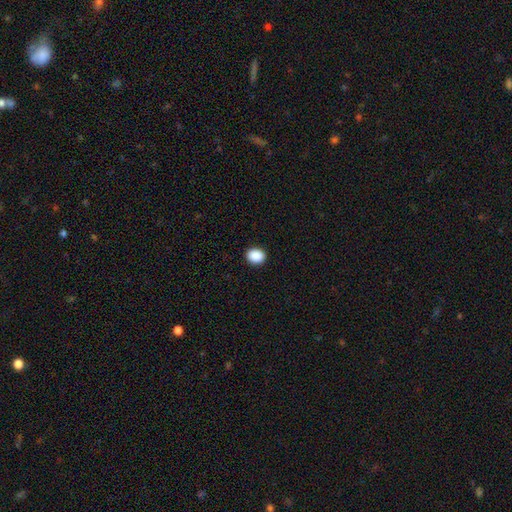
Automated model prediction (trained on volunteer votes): Morphology: type=smooth (90%); roundness=round (57%); merging=none (92%).